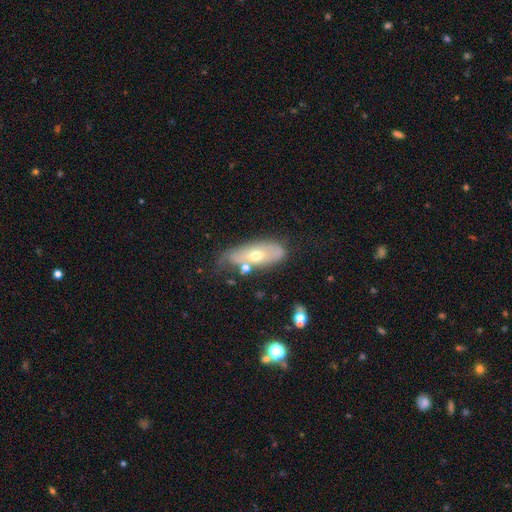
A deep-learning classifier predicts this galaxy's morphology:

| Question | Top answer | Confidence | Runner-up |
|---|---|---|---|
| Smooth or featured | featured or disk | 51% | smooth (40%) |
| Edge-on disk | no | 76% | yes (24%) |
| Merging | none | 49% | minor disturbance (28%) |